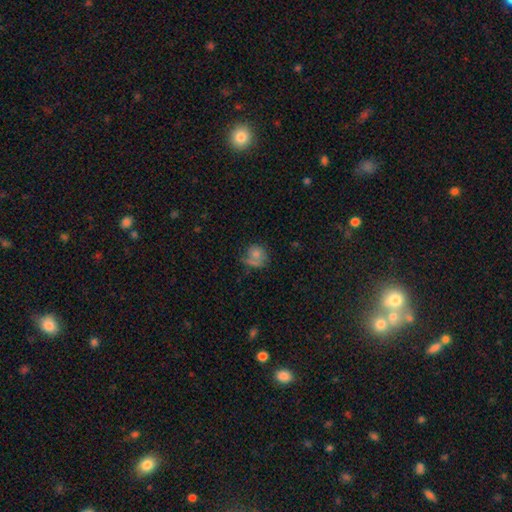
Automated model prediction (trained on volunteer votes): smooth 71%, featured or disk 17%, star or artifact 12%. Down the decision tree: how rounded — round (80%); merging — none (54%).